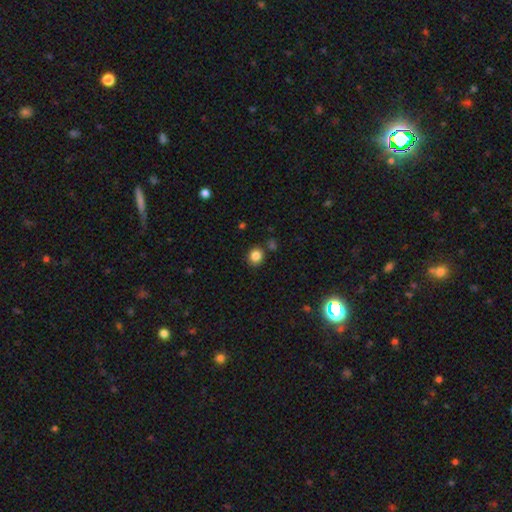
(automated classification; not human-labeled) Smooth or featured: smooth — 85% (star or artifact — 11%)
How rounded: round — 82% (in between — 17%)
Merging: none — 82% (minor disturbance — 10%)